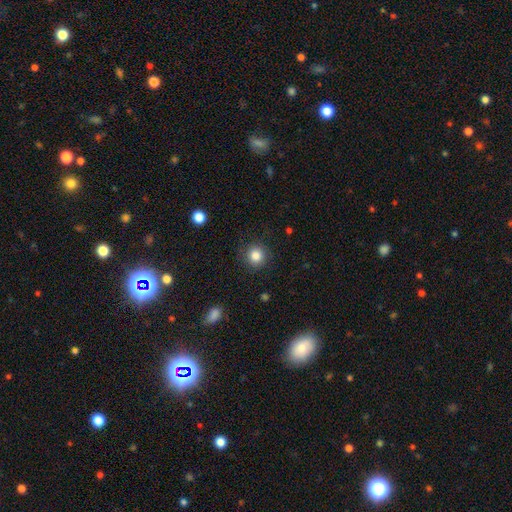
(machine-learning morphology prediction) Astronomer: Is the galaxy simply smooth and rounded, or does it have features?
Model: smooth — 84%.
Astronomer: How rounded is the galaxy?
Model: round — 91%.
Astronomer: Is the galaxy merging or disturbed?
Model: none — 88%.